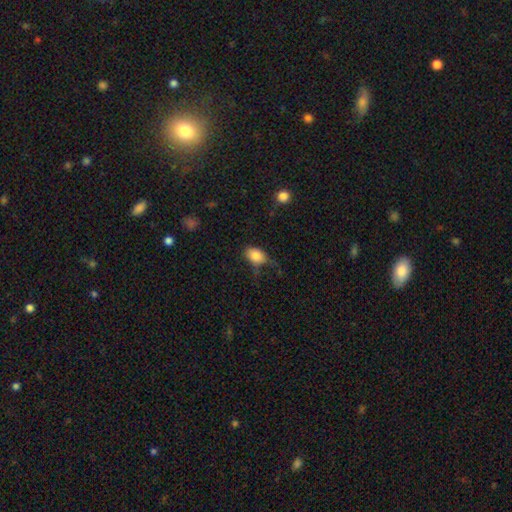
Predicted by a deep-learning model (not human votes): Overall: smooth (82%). How rounded: in between (77%). Merging: none (46%; minor disturbance 33%).